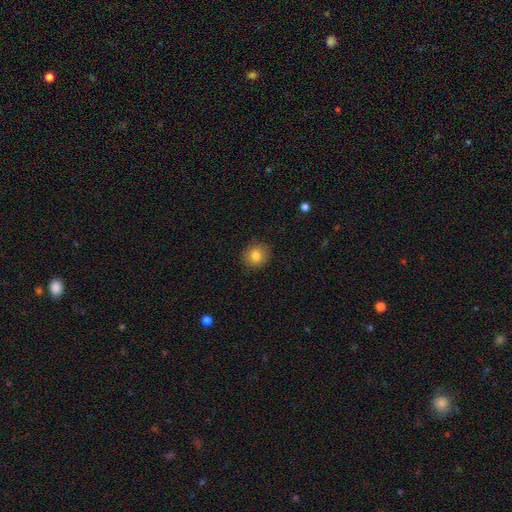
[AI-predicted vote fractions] Smooth or featured?
  - smooth: 81% *
  - star or artifact: 10%
  - featured or disk: 9%
How rounded?
  - round: 82% *
  - in between: 17%
  - cigar-shaped: 1%
Merging?
  - none: 86% *
  - minor disturbance: 10%
  - major disturbance: 2%
  - merger: 1%